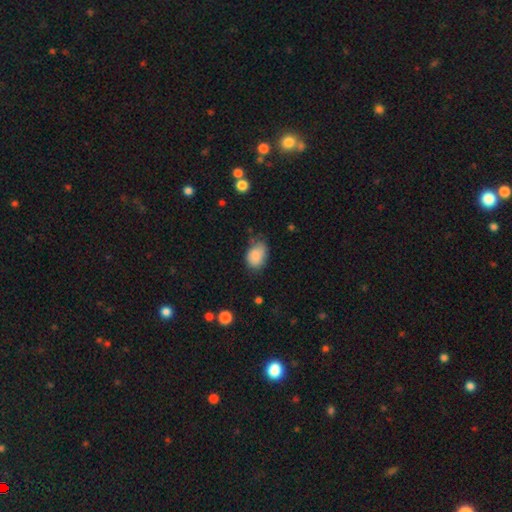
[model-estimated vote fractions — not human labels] Q: Smooth or featured?
A: smooth (85%); runner-up: star or artifact (8%)
Q: How rounded?
A: in between (75%); runner-up: round (24%)
Q: Merging?
A: none (52%); runner-up: minor disturbance (36%)